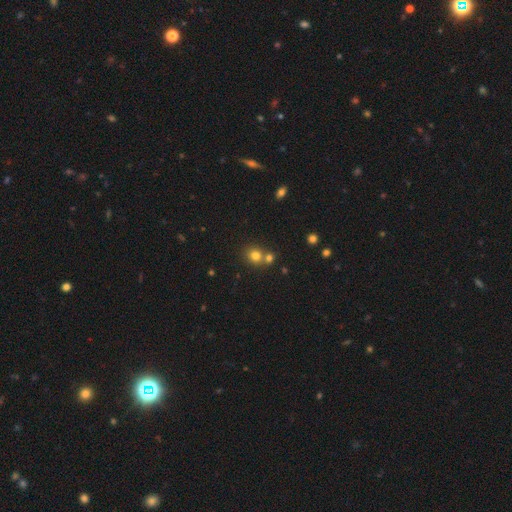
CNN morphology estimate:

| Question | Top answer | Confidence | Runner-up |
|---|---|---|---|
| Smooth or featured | smooth | 77% | star or artifact (15%) |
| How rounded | round | 81% | in between (18%) |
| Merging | none | 56% | merger (34%) |